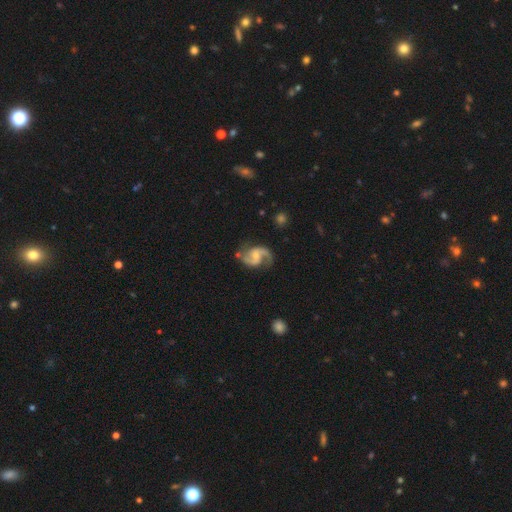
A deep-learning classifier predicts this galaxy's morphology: This is clearly a featured or disk galaxy (90%). It is clearly not viewed edge-on (98%). Bar: possibly weak (48%). Spiral arm pattern: clearly yes (98%). Spiral arm count: clearly 2 (92%). Spiral winding: possibly medium (53%). Central bulge: possibly small (52%). Merging: likely none (72%).